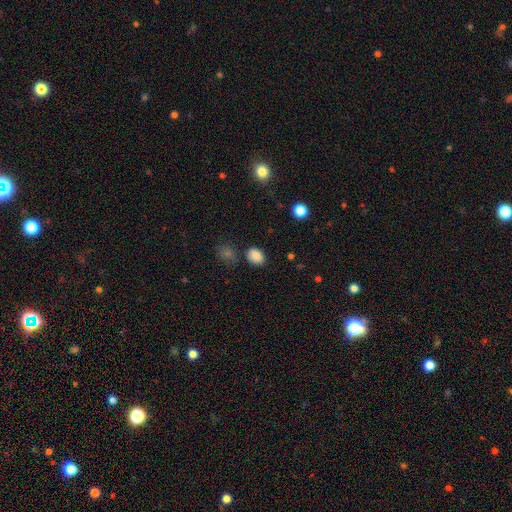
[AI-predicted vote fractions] smooth_or_featured: smooth (p=0.86) [alt: star or artifact p=0.10]
how_rounded: in between (p=0.72) [alt: round p=0.27]
merging: none (p=0.80) [alt: minor disturbance p=0.13]